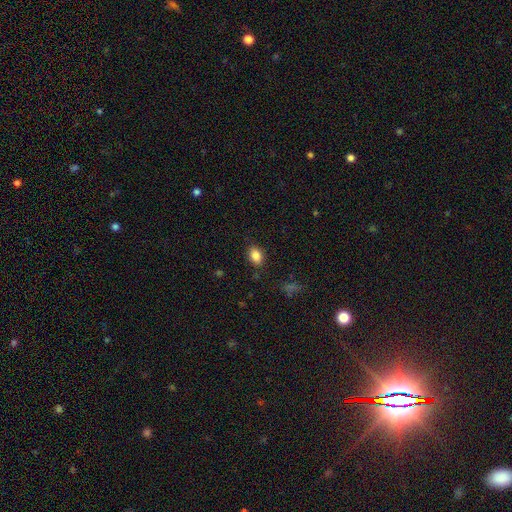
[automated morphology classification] Smooth or featured? smooth (85%)
How rounded? in between (76%)
Merging? none (85%)